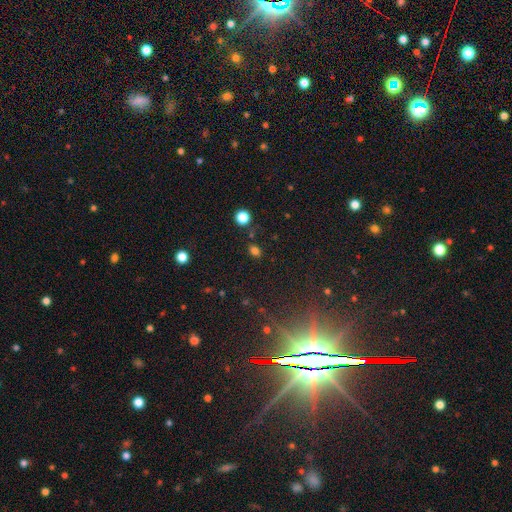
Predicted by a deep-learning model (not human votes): Smooth or featured: star or artifact — 75% (smooth — 15%)